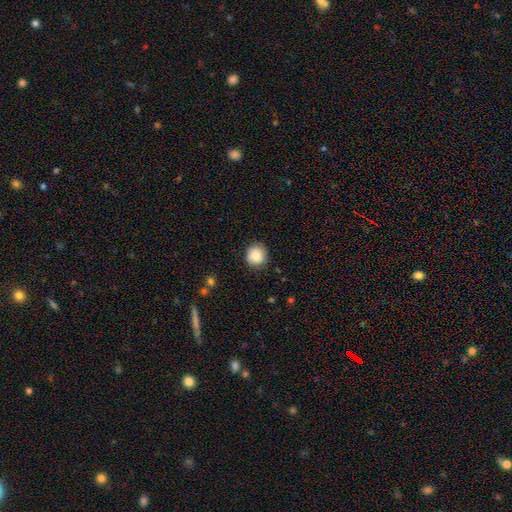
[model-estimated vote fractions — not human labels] smooth 88%, star or artifact 8%, featured or disk 4%. Down the decision tree: how rounded — round (89%); merging — none (86%).